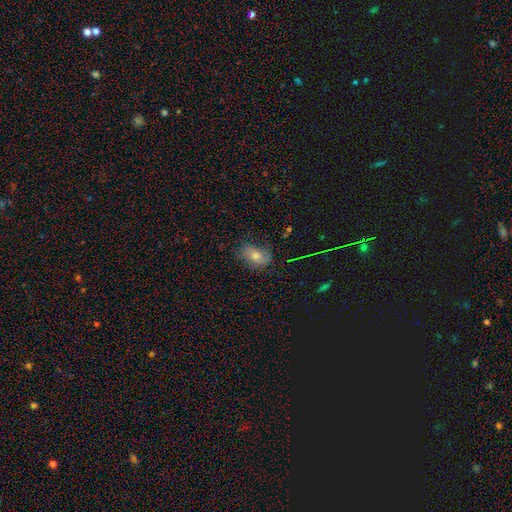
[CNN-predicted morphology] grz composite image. It shows a smooth galaxy with no disk features (58%) that is in between round and cigar-shaped (75%). Merging: none (70%).